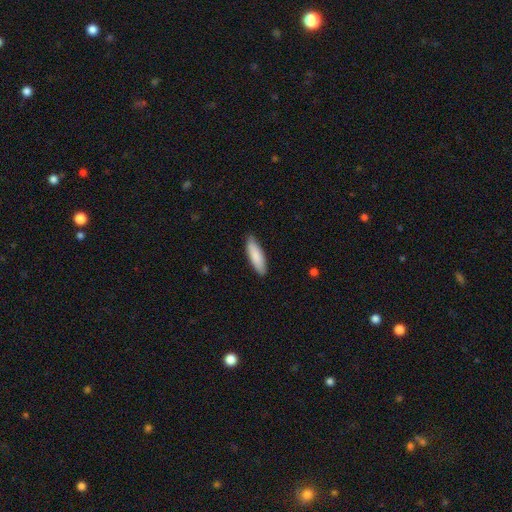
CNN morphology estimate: This appears to be a smooth galaxy with no disk features (87%) that is cigar-shaped (56%). Merging: none (87%).